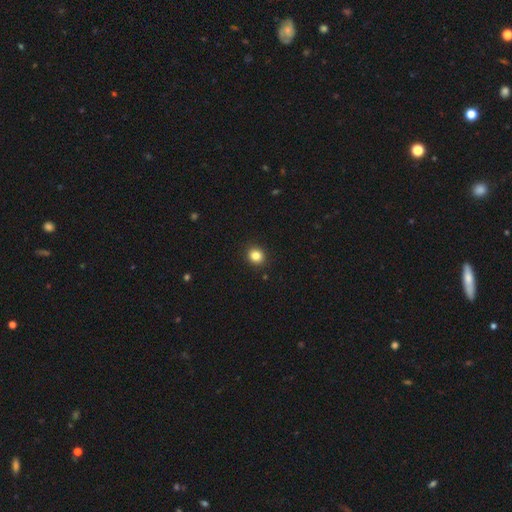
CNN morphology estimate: A smooth galaxy with no disk features (84%) that is round (80%).

Vote fractions:
- Smooth or featured? smooth: 84% / star or artifact: 11% / featured or disk: 5%
- How rounded? round: 80% / in between: 19% / cigar-shaped: 1%
- Merging? none: 92% / minor disturbance: 6% / major disturbance: 2% / merger: 1%